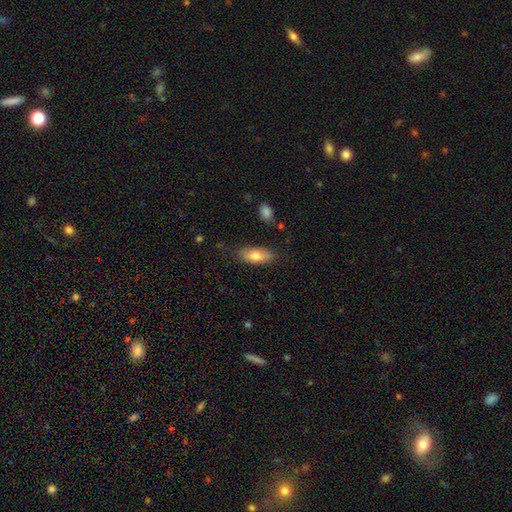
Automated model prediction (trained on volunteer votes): Morphology: type=smooth (75%); roundness=in between (76%); merging=none (79%).